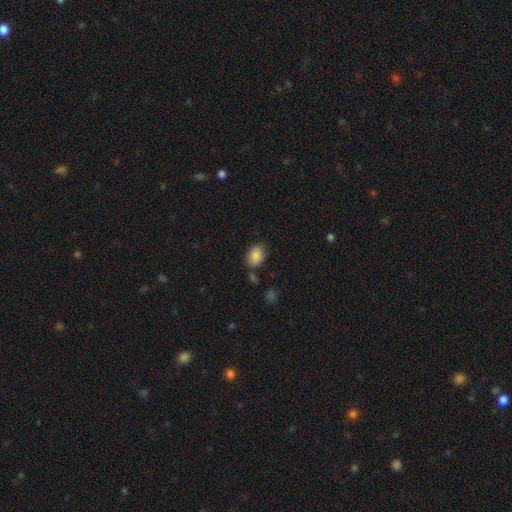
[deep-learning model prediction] The model was most divided on "merging": none: 74%, minor disturbance: 15%, merger: 6%, major disturbance: 4%. More confident: smooth or featured — smooth (87%); how rounded — in between (82%).